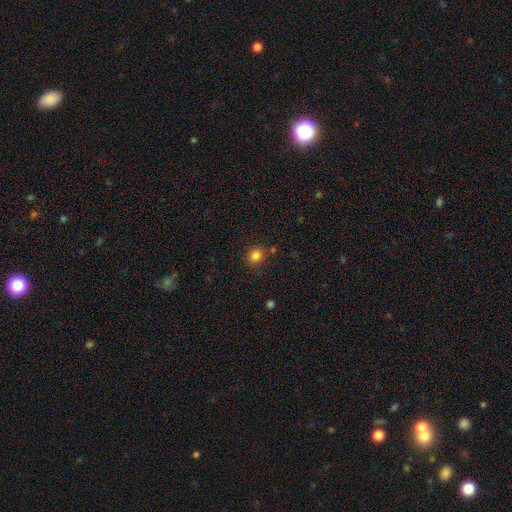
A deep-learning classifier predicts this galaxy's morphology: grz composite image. It shows a smooth galaxy with no disk features (83%) that is round (80%). Merging: none (81%).